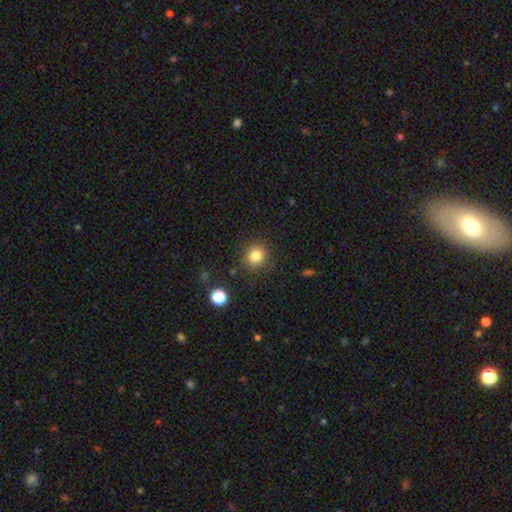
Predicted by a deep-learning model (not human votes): Morphology: type=smooth (82%); roundness=round (83%); merging=none (86%).